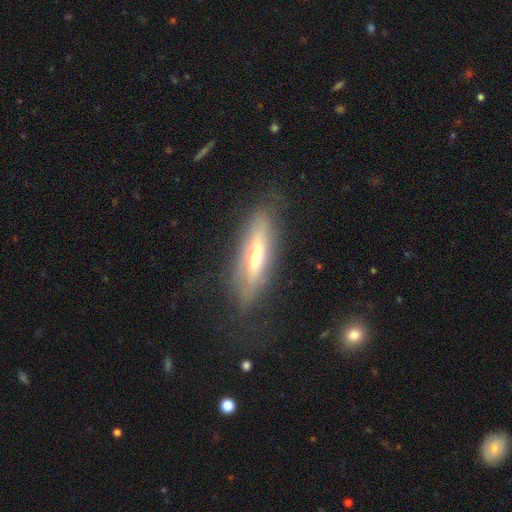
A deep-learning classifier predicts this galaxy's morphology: Smooth or featured? featured or disk (52%)
Edge-on disk? yes (63%)
Merging? none (70%)